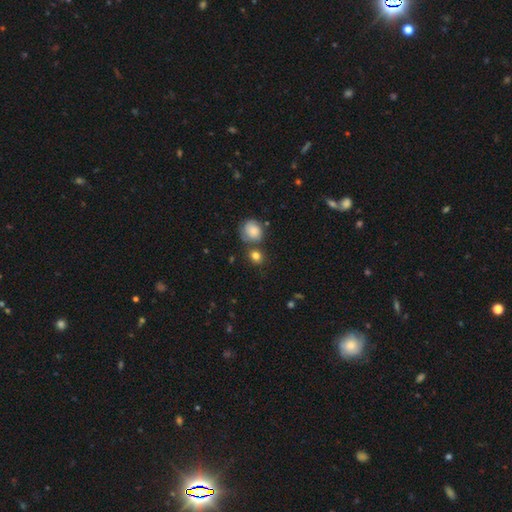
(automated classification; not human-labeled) smooth 81%, star or artifact 10%, featured or disk 9%. Down the decision tree: how rounded — round (73%); merging — none (64%).